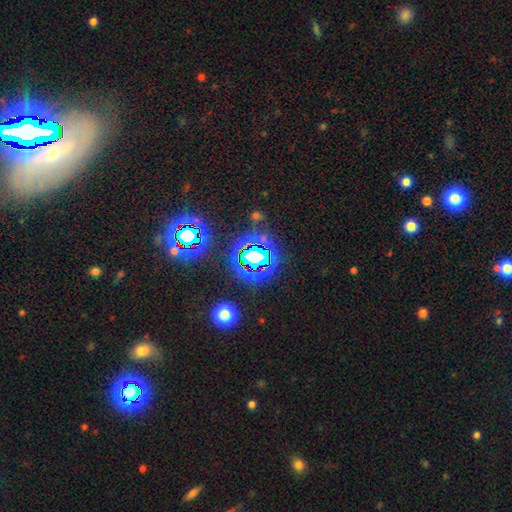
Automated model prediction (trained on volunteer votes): This appears to be a star or artifact, not a galaxy (80%).